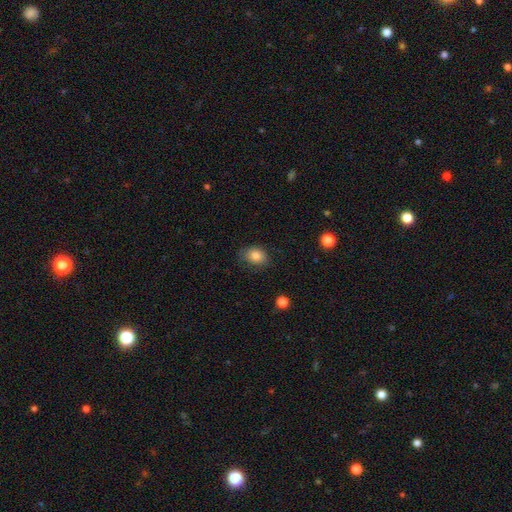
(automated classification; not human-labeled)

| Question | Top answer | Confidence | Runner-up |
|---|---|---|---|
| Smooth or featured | smooth | 84% | star or artifact (9%) |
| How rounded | in between | 65% | round (34%) |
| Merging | none | 74% | minor disturbance (20%) |